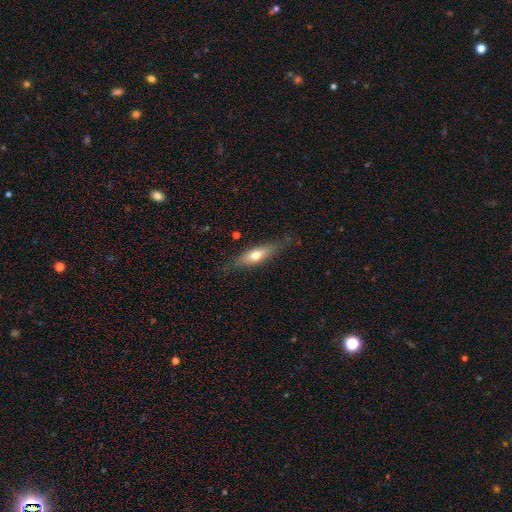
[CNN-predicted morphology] Overall: smooth (57%; featured or disk 36%). How rounded: cigar-shaped (54%; in between 43%). Merging: none (76%).